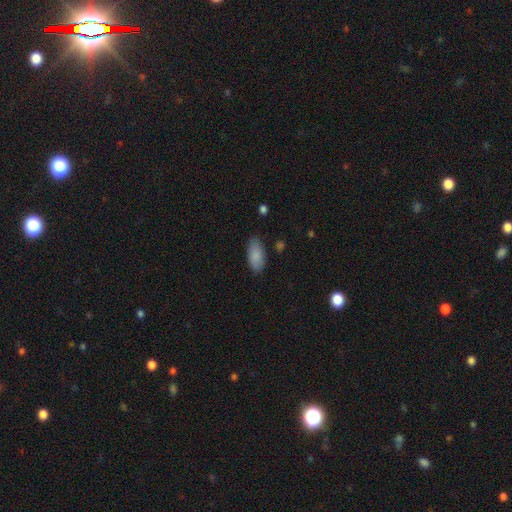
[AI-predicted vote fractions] smooth_or_featured: smooth (p=0.87) [alt: star or artifact p=0.06]
how_rounded: in between (p=0.90) [alt: cigar-shaped p=0.08]
merging: none (p=0.83) [alt: minor disturbance p=0.13]